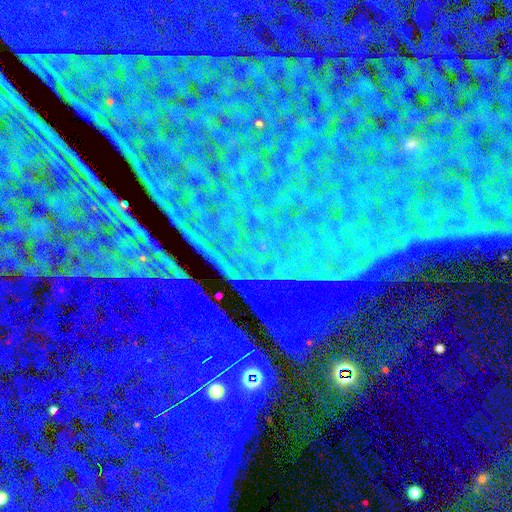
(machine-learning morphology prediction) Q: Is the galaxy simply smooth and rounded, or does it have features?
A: star or artifact — 88%.